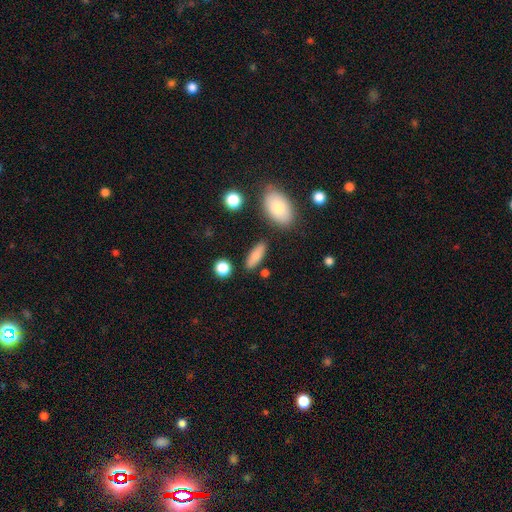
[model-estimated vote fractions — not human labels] Q: Smooth or featured?
A: smooth (80%); runner-up: featured or disk (13%)
Q: How rounded?
A: in between (62%); runner-up: cigar-shaped (34%)
Q: Merging?
A: none (83%); runner-up: minor disturbance (10%)